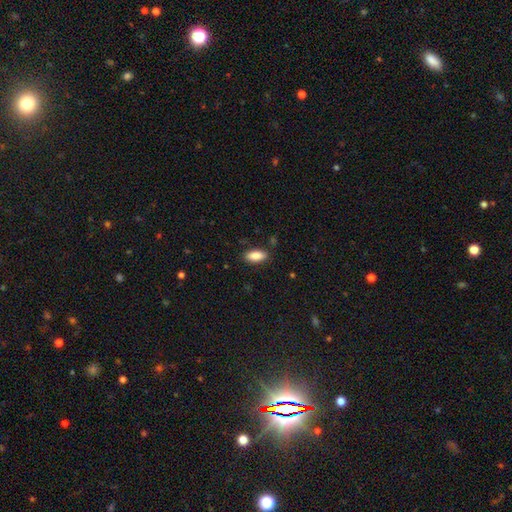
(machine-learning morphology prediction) Overall: smooth (87%). How rounded: in between (87%). Merging: none (86%).